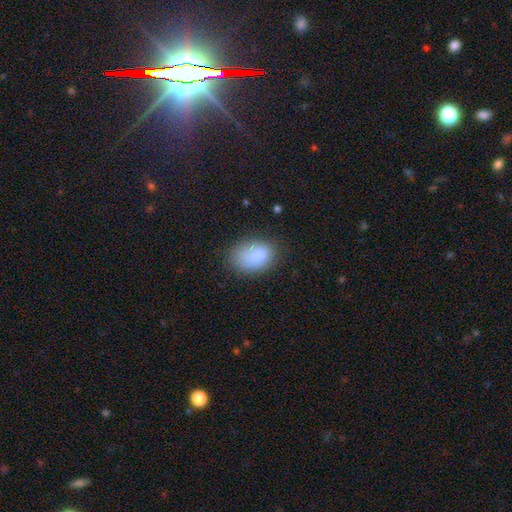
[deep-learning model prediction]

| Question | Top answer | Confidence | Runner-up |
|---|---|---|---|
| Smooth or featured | smooth | 86% | star or artifact (9%) |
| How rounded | in between | 84% | round (15%) |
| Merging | none | 69% | minor disturbance (22%) |